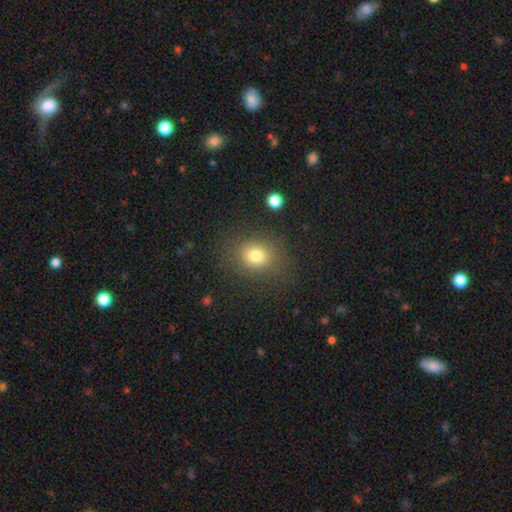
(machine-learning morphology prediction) A smooth galaxy with no disk features (77%) that is round (61%).

Vote fractions:
- Smooth or featured? smooth: 77% / star or artifact: 14% / featured or disk: 9%
- How rounded? round: 61% / in between: 38% / cigar-shaped: 1%
- Merging? none: 81% / minor disturbance: 12% / major disturbance: 6% / merger: 2%